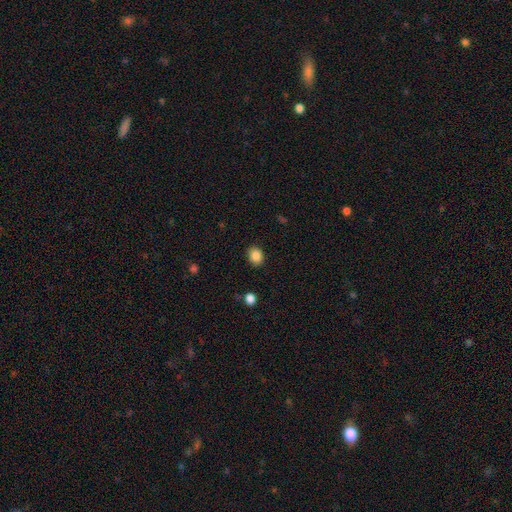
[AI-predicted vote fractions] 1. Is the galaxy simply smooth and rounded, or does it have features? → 87% smooth, 9% star or artifact, 4% featured or disk.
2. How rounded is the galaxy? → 51% in between, 48% round, 1% cigar-shaped.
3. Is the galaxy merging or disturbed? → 88% none, 9% minor disturbance, 2% major disturbance, 1% merger.